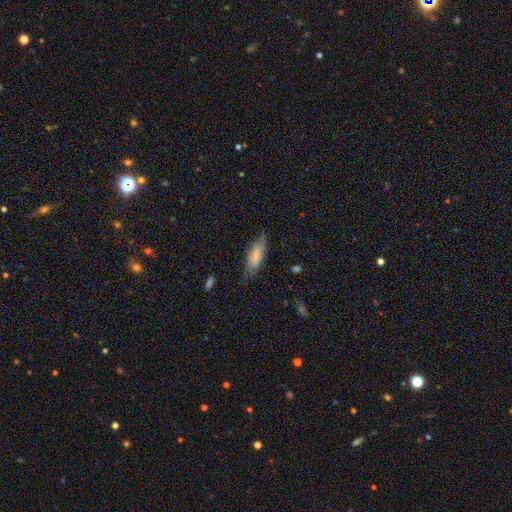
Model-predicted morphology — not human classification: A smooth galaxy with no disk features (71%) that is in between round and cigar-shaped (71%).

Vote fractions:
- Smooth or featured? smooth: 71% / featured or disk: 23% / star or artifact: 6%
- How rounded? in between: 71% / cigar-shaped: 27% / round: 2%
- Merging? none: 66% / minor disturbance: 26% / major disturbance: 7% / merger: 1%